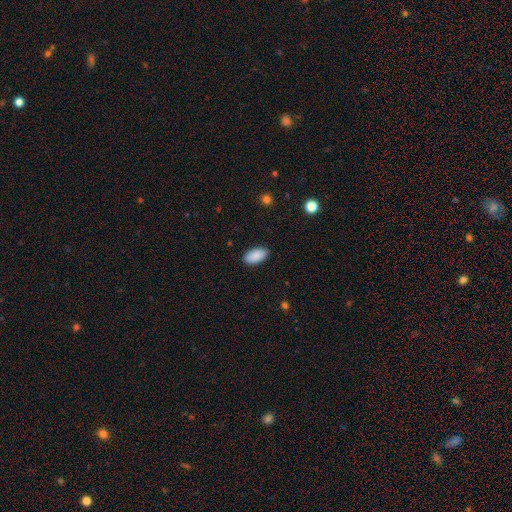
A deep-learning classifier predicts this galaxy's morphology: Smooth or featured: smooth — 90% (star or artifact — 7%)
How rounded: in between — 95% (cigar-shaped — 3%)
Merging: none — 89% (minor disturbance — 8%)